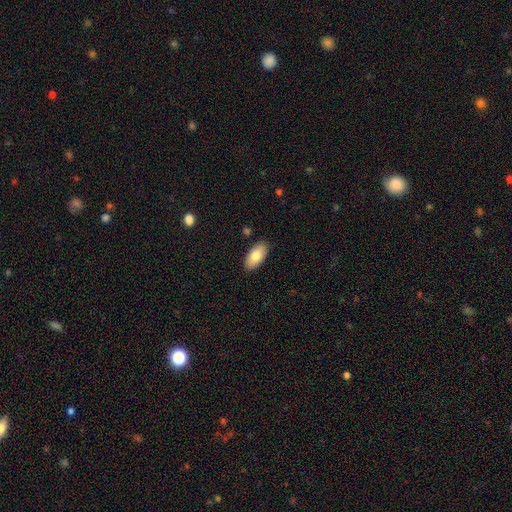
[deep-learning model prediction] A smooth galaxy with no disk features (81%) that is in between round and cigar-shaped (94%). Merging: none (88%).